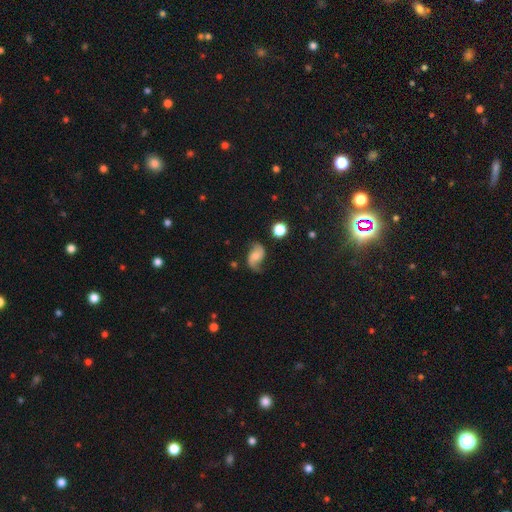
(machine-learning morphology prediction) smooth-or-featured: featured or disk: 70% | smooth: 21% | star or artifact: 9%
  disk-edge-on: no: 97% | yes: 3%
    bar: no: 62% | weak: 31% | strong: 7%
    has-spiral-arms: yes: 94% | no: 6%
      spiral-winding: loose: 65% | medium: 26% | tight: 8%
      spiral-arm-count: 2: 86% | 1: 7% | can't tell: 4% | 3: 1% | 4: 1% | more than 4: 1%
    bulge-size: moderate: 44% | small: 39% | none: 9% | large: 6% | dominant: 2%
  merging: none: 65% | minor disturbance: 23% | major disturbance: 10% | merger: 2%